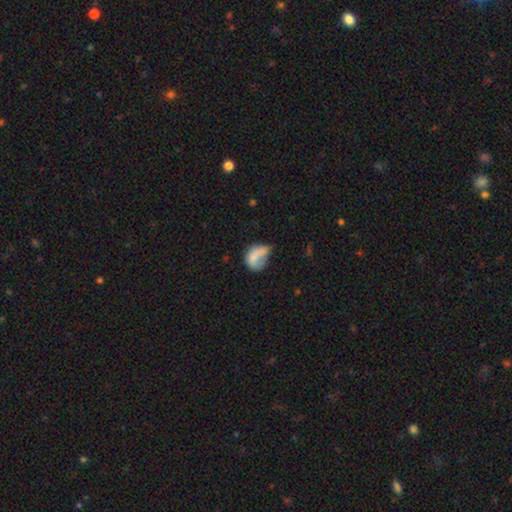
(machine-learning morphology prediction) The model was most divided on "merging": major disturbance: 35%, minor disturbance: 34%, none: 25%, merger: 6%. More confident: smooth or featured — smooth (71%); how rounded — in between (67%).